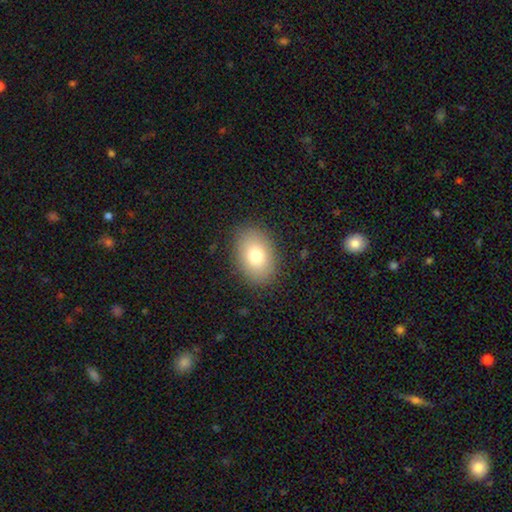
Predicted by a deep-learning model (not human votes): smooth-or-featured: smooth: 78% | featured or disk: 13% | star or artifact: 9%
  how-rounded: in between: 79% | round: 20% | cigar-shaped: 1%
  merging: none: 87% | minor disturbance: 9% | major disturbance: 3% | merger: 1%